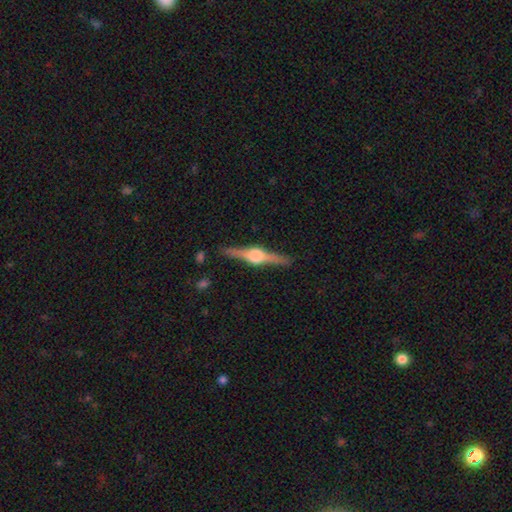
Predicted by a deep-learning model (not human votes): Q: Smooth or featured?
A: featured or disk (85%); runner-up: smooth (10%)
Q: Edge-on disk?
A: yes (98%); runner-up: no (2%)
Q: Edge-on bulge?
A: rounded (93%); runner-up: boxy (6%)
Q: Merging?
A: none (90%); runner-up: minor disturbance (7%)